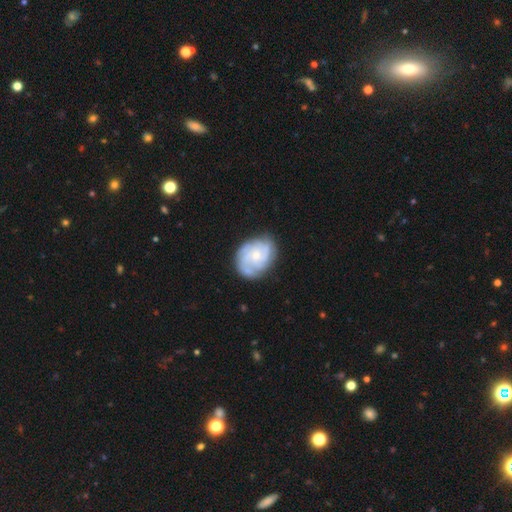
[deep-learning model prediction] Overall: featured or disk (75%). Edge-on disk: no (98%). Bar: no (74%). Spiral arms: yes (91%). Spiral arm count: can't tell (31%; 3 30%). Spiral winding: tight (55%; medium 35%). Bulge size: small (64%; moderate 31%). Merging: none (70%).